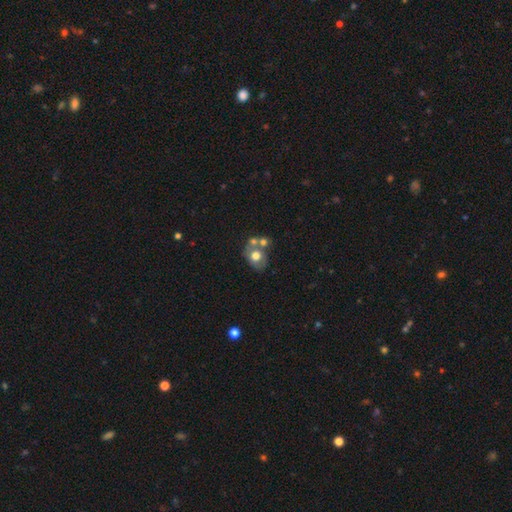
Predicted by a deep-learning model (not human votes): Smooth or featured? smooth (60%)
How rounded? round (52%)
Merging? merger (41%)